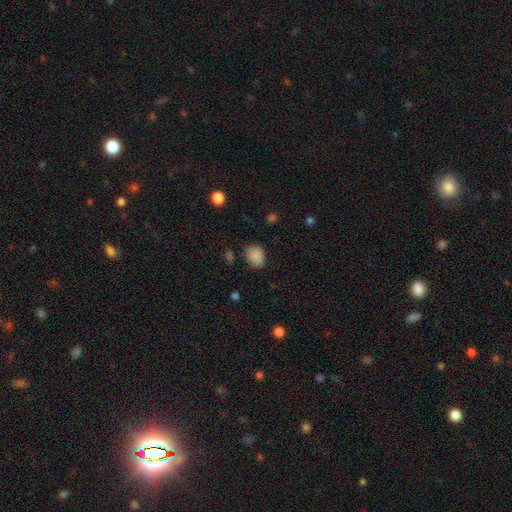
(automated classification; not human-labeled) This is clearly a smooth galaxy (86%). How rounded: possibly in between (57%). Merging: likely none (76%).